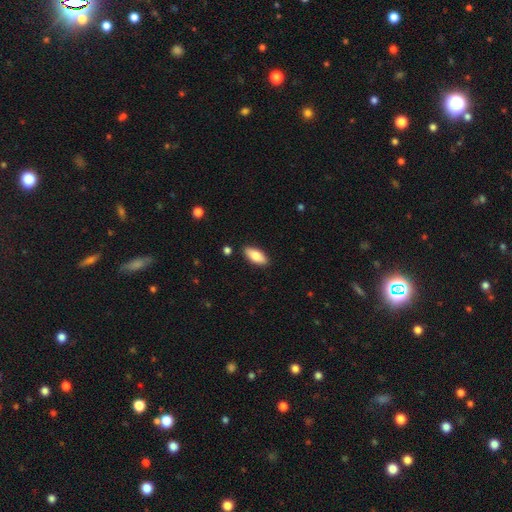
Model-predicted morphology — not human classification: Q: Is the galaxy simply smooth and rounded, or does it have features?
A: smooth — 78%.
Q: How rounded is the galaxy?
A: in between — 82%.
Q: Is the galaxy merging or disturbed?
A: none — 88%.